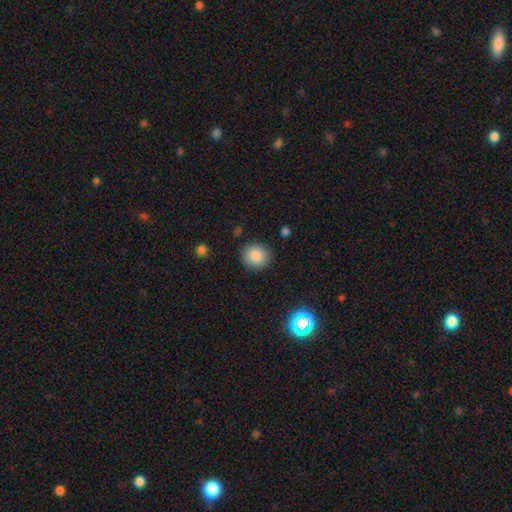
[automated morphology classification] A smooth galaxy with no disk features (86%) that is round (91%).

Vote fractions:
- Smooth or featured? smooth: 86% / star or artifact: 10% / featured or disk: 5%
- How rounded? round: 91% / in between: 8% / cigar-shaped: 1%
- Merging? none: 88% / minor disturbance: 8% / major disturbance: 3% / merger: 2%